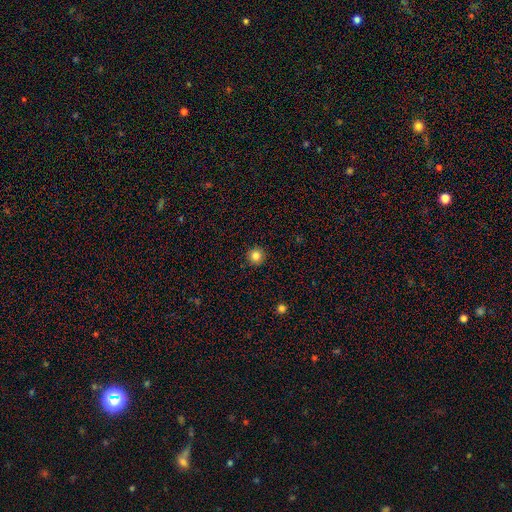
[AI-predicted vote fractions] A smooth galaxy with no disk features (84%) that is round (95%).

Vote fractions:
- Smooth or featured? smooth: 84% / star or artifact: 11% / featured or disk: 5%
- How rounded? round: 95% / in between: 4% / cigar-shaped: 1%
- Merging? none: 92% / minor disturbance: 5% / major disturbance: 2% / merger: 1%